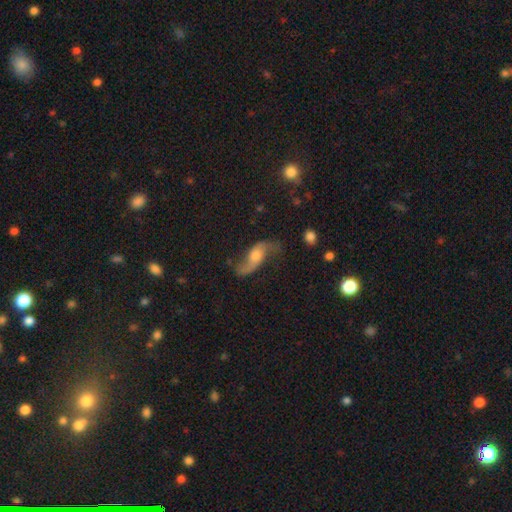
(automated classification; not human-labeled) Q: Smooth or featured?
A: featured or disk (81%); runner-up: smooth (13%)
Q: Edge-on disk?
A: no (91%); runner-up: yes (9%)
Q: Bar?
A: no (62%); runner-up: weak (30%)
Q: Spiral arms?
A: yes (95%); runner-up: no (5%)
Q: Spiral winding?
A: loose (89%); runner-up: medium (9%)
Q: Spiral arm count?
A: 2 (93%); runner-up: 1 (2%)
Q: Bulge size?
A: moderate (54%); runner-up: small (25%)
Q: Merging?
A: none (69%); runner-up: minor disturbance (18%)